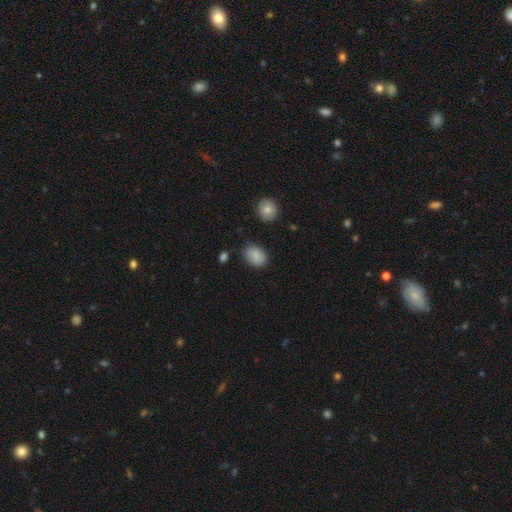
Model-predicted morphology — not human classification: Smooth or featured? smooth (86%)
How rounded? in between (77%)
Merging? none (78%)